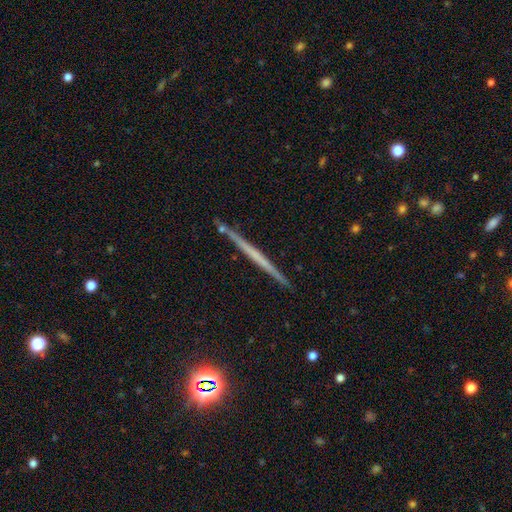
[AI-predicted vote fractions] This appears to be a featured or disk galaxy (62%) viewed edge-on (98%) with no central bulge (88%). Merging: none (91%).